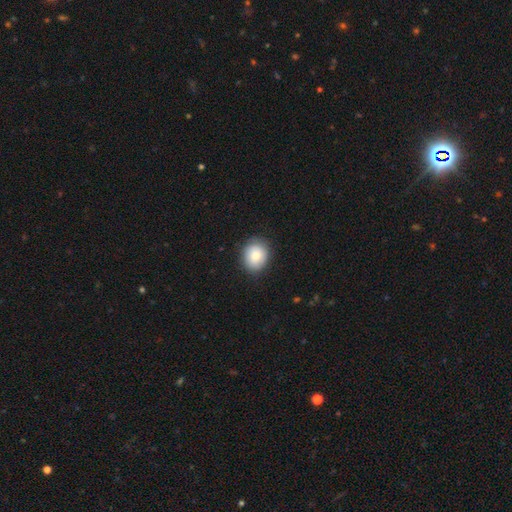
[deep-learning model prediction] Smooth or featured?
  - smooth: 82% *
  - featured or disk: 11%
  - star or artifact: 8%
How rounded?
  - round: 62% *
  - in between: 37%
  - cigar-shaped: 1%
Merging?
  - none: 85% *
  - minor disturbance: 11%
  - major disturbance: 3%
  - merger: 1%